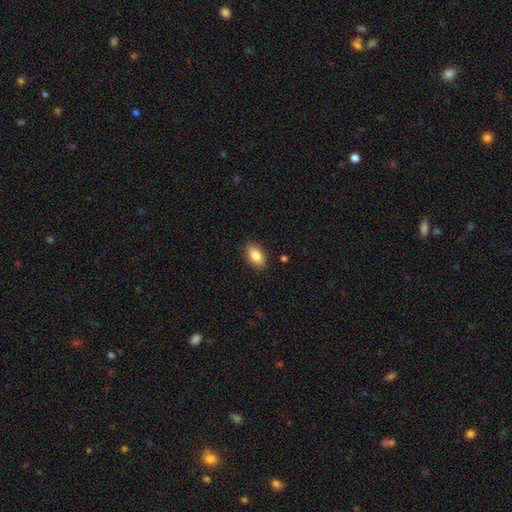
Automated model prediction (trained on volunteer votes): Overall: smooth (86%). How rounded: in between (91%). Merging: none (89%).